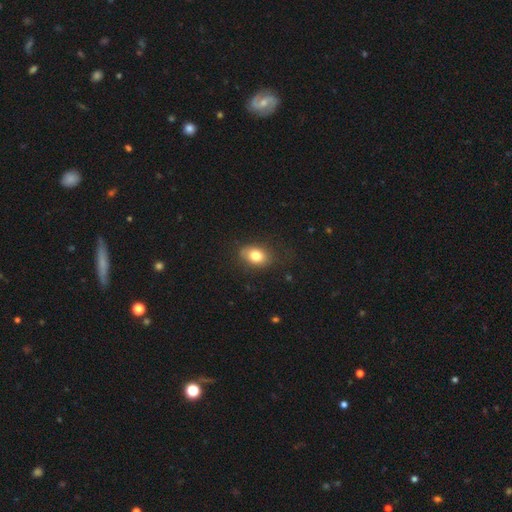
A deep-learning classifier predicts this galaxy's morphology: Smooth or featured?
  - smooth: 80% *
  - featured or disk: 11%
  - star or artifact: 9%
How rounded?
  - in between: 73% *
  - round: 26%
  - cigar-shaped: 1%
Merging?
  - none: 77% *
  - minor disturbance: 16%
  - major disturbance: 5%
  - merger: 1%